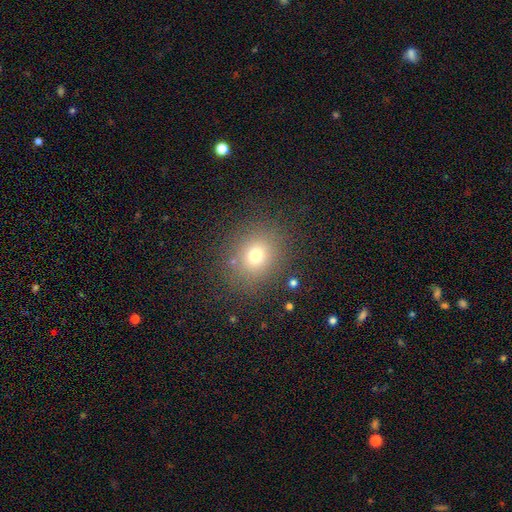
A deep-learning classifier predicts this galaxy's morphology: smooth_or_featured: smooth (p=0.70) [alt: star or artifact p=0.18]
how_rounded: round (p=0.78) [alt: in between p=0.21]
merging: none (p=0.83) [alt: minor disturbance p=0.09]